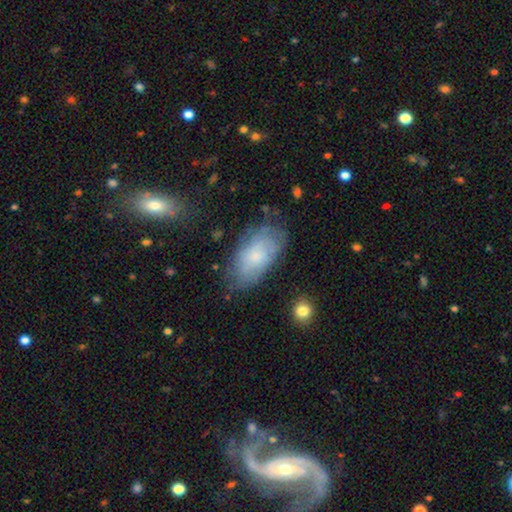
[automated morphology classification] This appears to be a smooth galaxy with no disk features (54%) that is in between round and cigar-shaped (93%). Merging: none (66%).